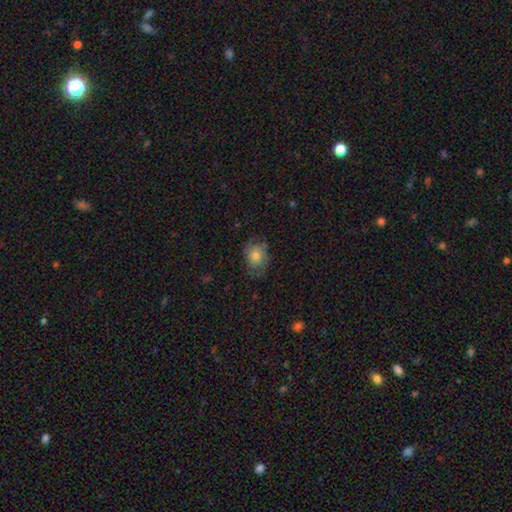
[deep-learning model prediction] A smooth galaxy with no disk features (51%) that is in between round and cigar-shaped (54%). Merging: none (67%).